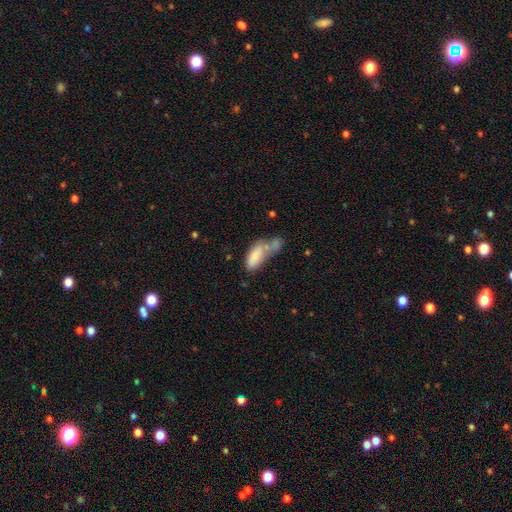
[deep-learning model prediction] Smooth or featured?
  - smooth: 74% *
  - featured or disk: 19%
  - star or artifact: 7%
How rounded?
  - in between: 80% *
  - cigar-shaped: 18%
  - round: 3%
Merging?
  - merger: 52% *
  - none: 24%
  - minor disturbance: 15%
  - major disturbance: 10%